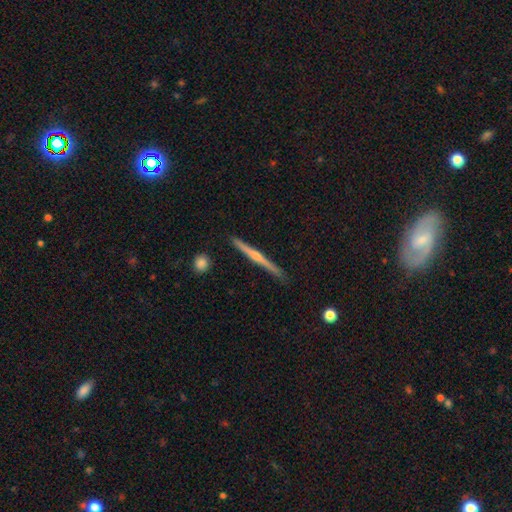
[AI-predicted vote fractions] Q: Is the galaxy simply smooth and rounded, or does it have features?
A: featured or disk — 74%.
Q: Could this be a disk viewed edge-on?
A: yes — 98%.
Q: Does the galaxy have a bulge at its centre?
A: rounded — 79%.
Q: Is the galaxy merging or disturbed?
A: none — 89%.